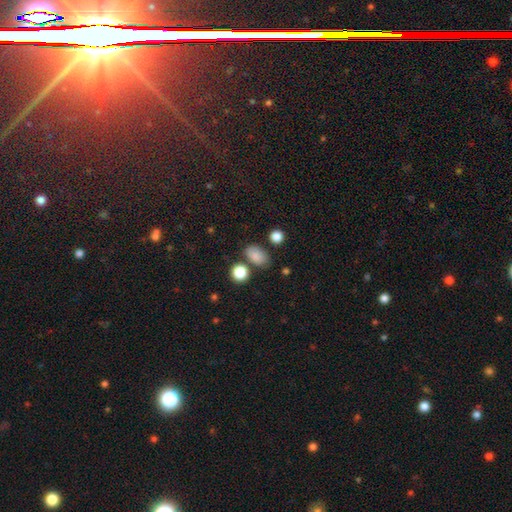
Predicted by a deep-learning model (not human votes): This is clearly a smooth galaxy (83%). How rounded: clearly in between (81%). Merging: likely none (74%).